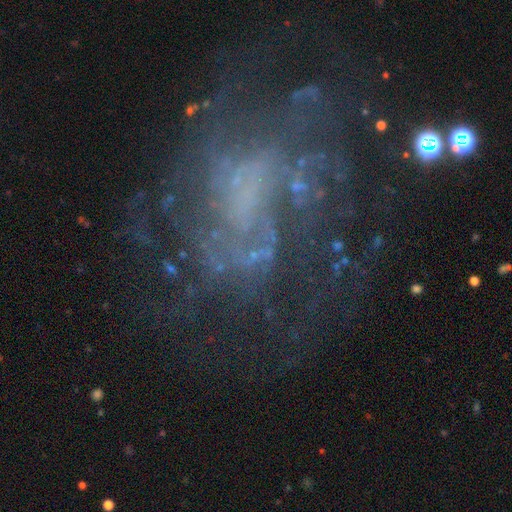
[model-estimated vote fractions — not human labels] This is marginally a featured or disk galaxy (44%). Merging: possibly none (53%).